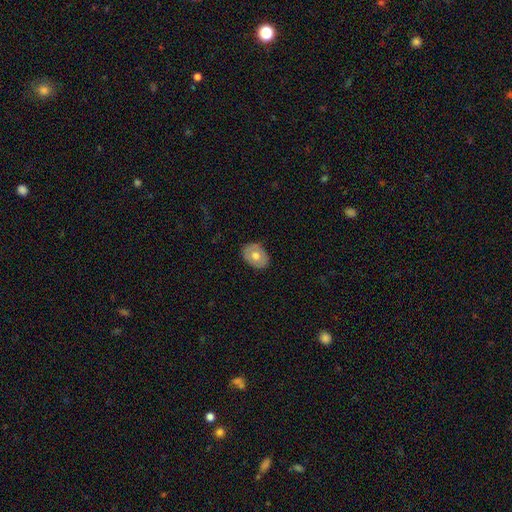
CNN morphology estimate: smooth 60%, featured or disk 33%, star or artifact 7%. Down the decision tree: how rounded — in between (67%); merging — none (83%).